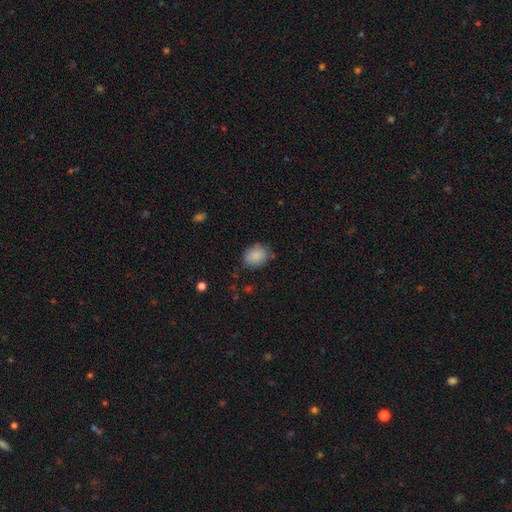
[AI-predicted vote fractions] This appears to be a smooth galaxy with no disk features (87%) that is in between round and cigar-shaped (52%). Merging: none (76%).